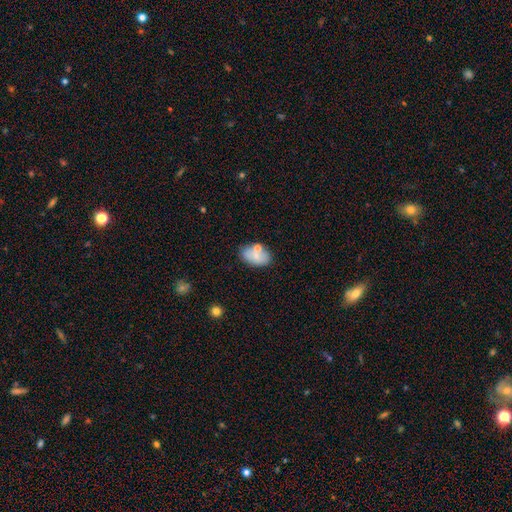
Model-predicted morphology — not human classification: A smooth galaxy with no disk features (75%) that is in between round and cigar-shaped (89%).

Vote fractions:
- Smooth or featured? smooth: 75% / featured or disk: 17% / star or artifact: 8%
- How rounded? in between: 89% / round: 9% / cigar-shaped: 1%
- Merging? none: 67% / minor disturbance: 17% / merger: 12% / major disturbance: 5%